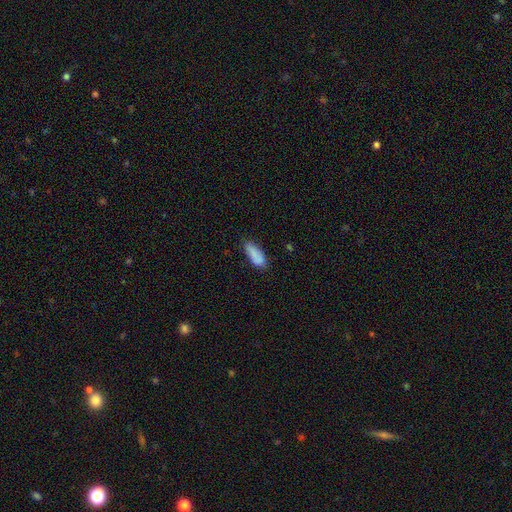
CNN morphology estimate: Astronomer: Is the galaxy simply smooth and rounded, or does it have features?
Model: smooth — 85%.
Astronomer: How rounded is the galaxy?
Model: in between — 74%.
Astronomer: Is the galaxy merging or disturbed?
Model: none — 67%.